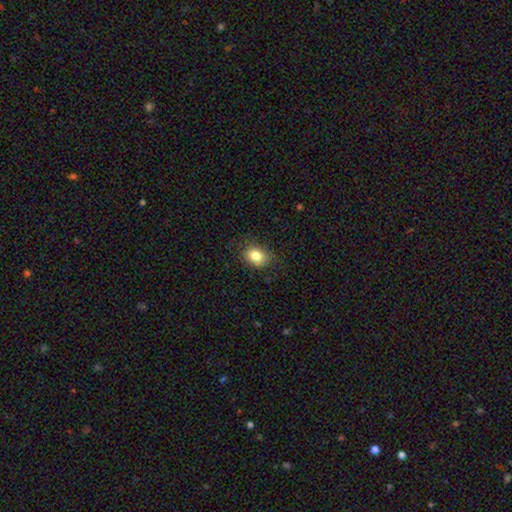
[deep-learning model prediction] Smooth or featured: smooth — 82% (star or artifact — 10%)
How rounded: in between — 62% (round — 37%)
Merging: none — 81% (minor disturbance — 14%)